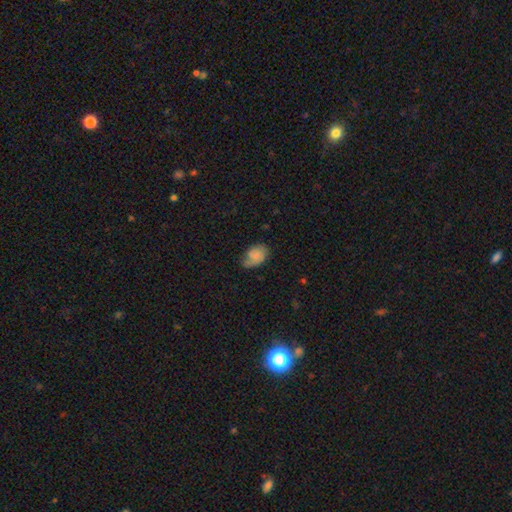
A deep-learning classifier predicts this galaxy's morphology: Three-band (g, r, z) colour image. It shows a smooth galaxy with no disk features (62%) that is in between round and cigar-shaped (78%). Merging: none (48%).